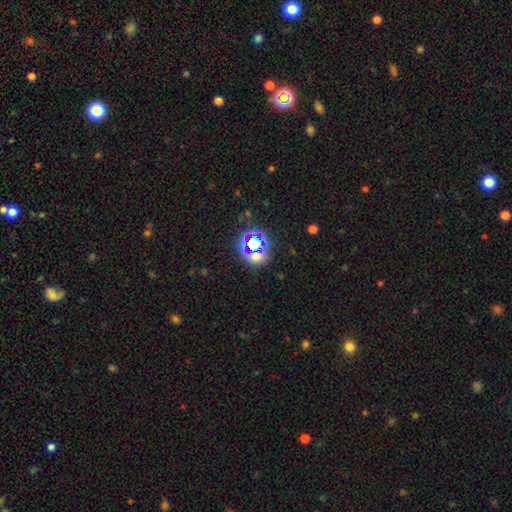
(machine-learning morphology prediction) A star or artifact, not a galaxy (58%).

Vote fractions:
- Smooth or featured? star or artifact: 58% / smooth: 31% / featured or disk: 11%